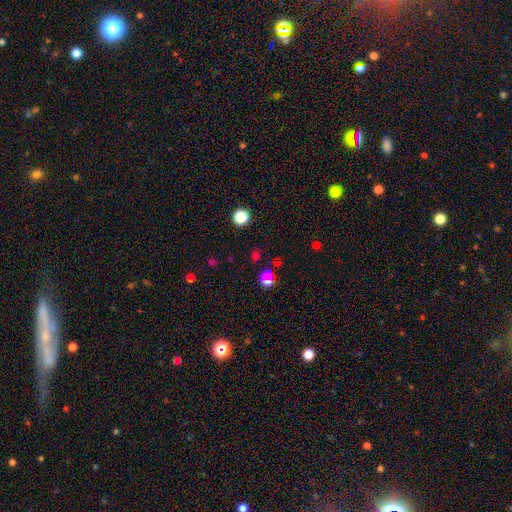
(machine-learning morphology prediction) Q: Smooth or featured?
A: smooth (51%); runner-up: star or artifact (43%)
Q: How rounded?
A: round (86%); runner-up: in between (13%)
Q: Merging?
A: none (84%); runner-up: minor disturbance (8%)